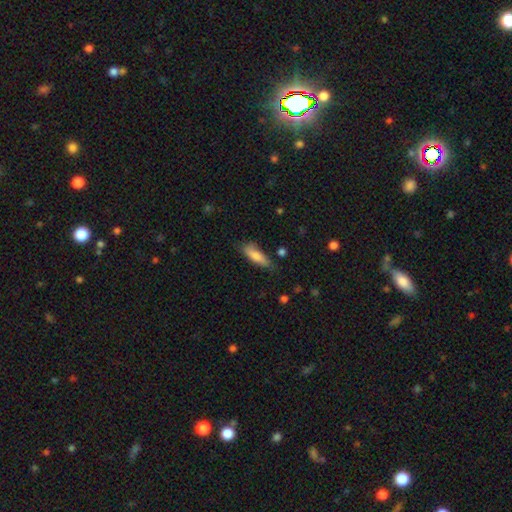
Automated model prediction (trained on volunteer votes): Q: Smooth or featured?
A: smooth (78%); runner-up: featured or disk (15%)
Q: How rounded?
A: cigar-shaped (51%); runner-up: in between (47%)
Q: Merging?
A: none (71%); runner-up: minor disturbance (22%)